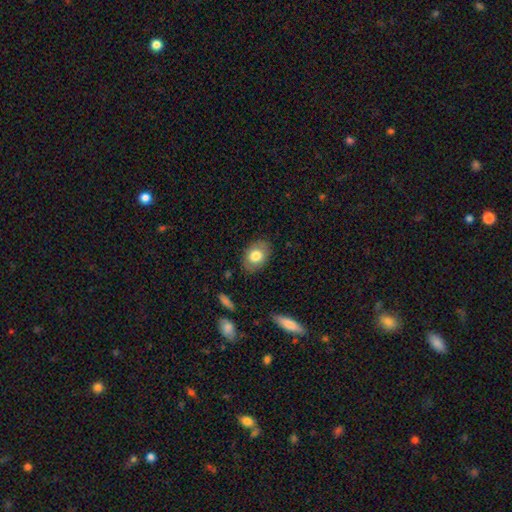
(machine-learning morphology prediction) Smooth or featured?
  - smooth: 77% *
  - featured or disk: 15%
  - star or artifact: 7%
How rounded?
  - in between: 78% *
  - round: 21%
  - cigar-shaped: 1%
Merging?
  - none: 84% *
  - minor disturbance: 12%
  - major disturbance: 3%
  - merger: 1%